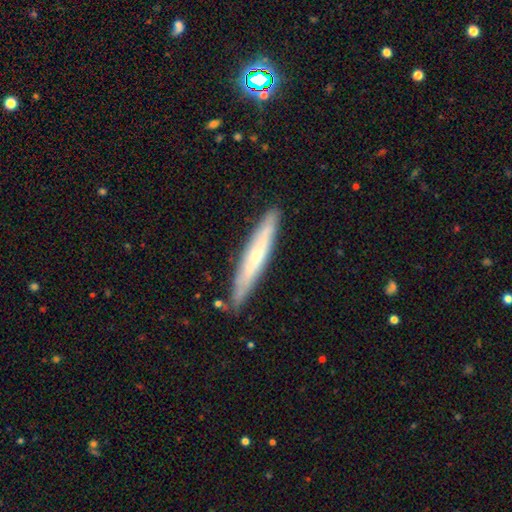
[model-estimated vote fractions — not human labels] The model was most divided on "smooth or featured": featured or disk: 49%, smooth: 45%, star or artifact: 6%. More confident: merging — none (84%).